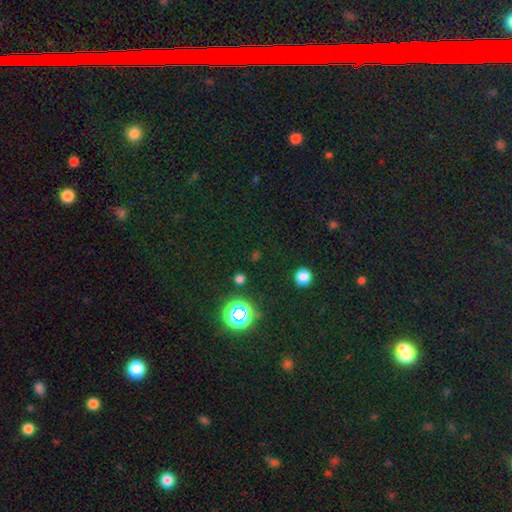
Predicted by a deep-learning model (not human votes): smooth_or_featured: star or artifact (p=0.60) [alt: smooth p=0.32]